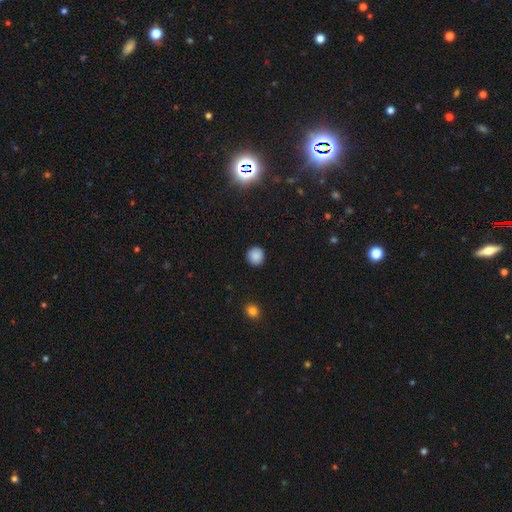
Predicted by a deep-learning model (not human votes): This is clearly a smooth galaxy (86%). How rounded: clearly round (93%). Merging: clearly none (91%).